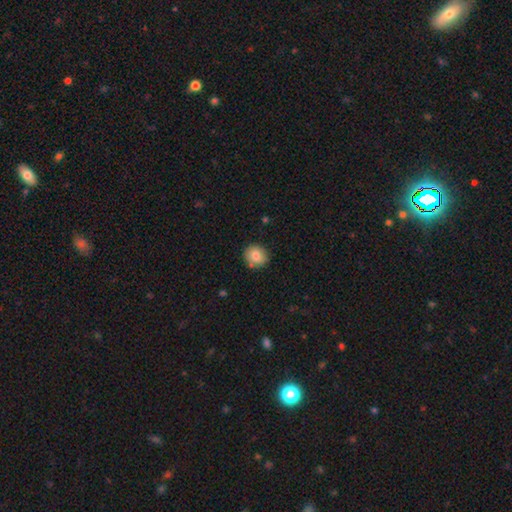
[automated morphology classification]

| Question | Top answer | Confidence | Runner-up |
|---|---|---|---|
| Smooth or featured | smooth | 82% | featured or disk (9%) |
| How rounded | round | 83% | in between (16%) |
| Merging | none | 84% | minor disturbance (11%) |